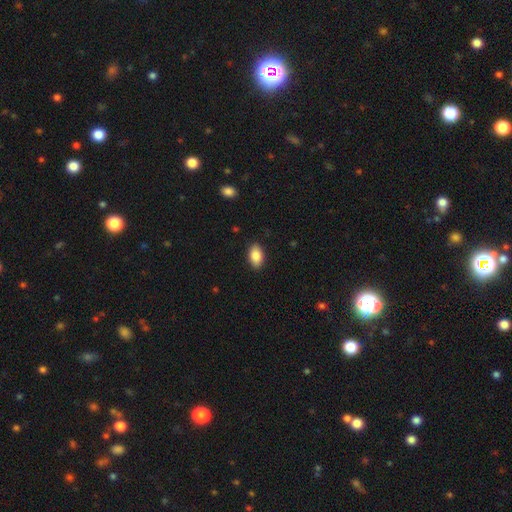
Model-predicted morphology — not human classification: smooth 86%, star or artifact 7%, featured or disk 7%. Down the decision tree: how rounded — in between (92%); merging — none (88%).